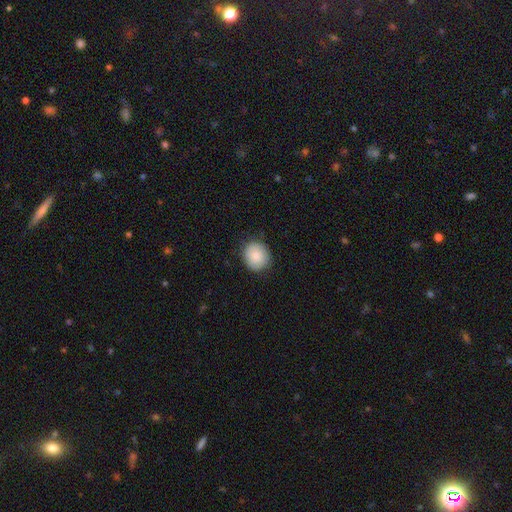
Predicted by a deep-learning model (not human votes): A smooth galaxy with no disk features (84%) that is round (82%).

Vote fractions:
- Smooth or featured? smooth: 84% / featured or disk: 9% / star or artifact: 7%
- How rounded? round: 82% / in between: 17% / cigar-shaped: 1%
- Merging? none: 85% / minor disturbance: 12% / major disturbance: 3% / merger: 1%